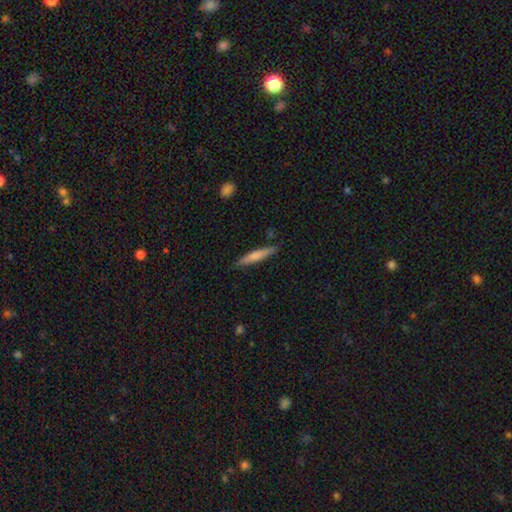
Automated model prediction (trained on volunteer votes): A smooth galaxy with no disk features (69%) that is cigar-shaped (92%). Merging: none (85%).